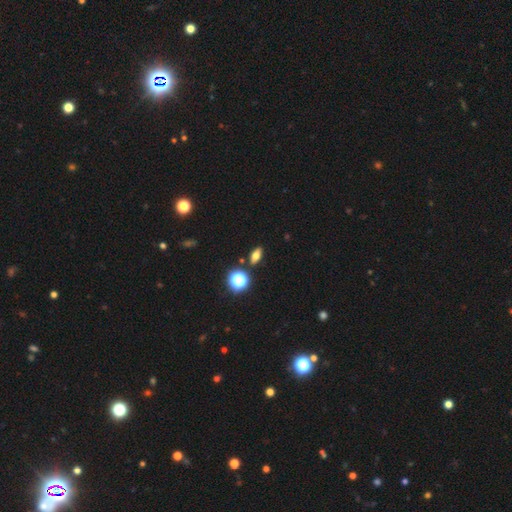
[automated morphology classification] Smooth or featured?
  - smooth: 62% *
  - featured or disk: 21%
  - star or artifact: 17%
How rounded?
  - in between: 70% *
  - round: 16%
  - cigar-shaped: 14%
Merging?
  - none: 87% *
  - minor disturbance: 8%
  - merger: 3%
  - major disturbance: 2%